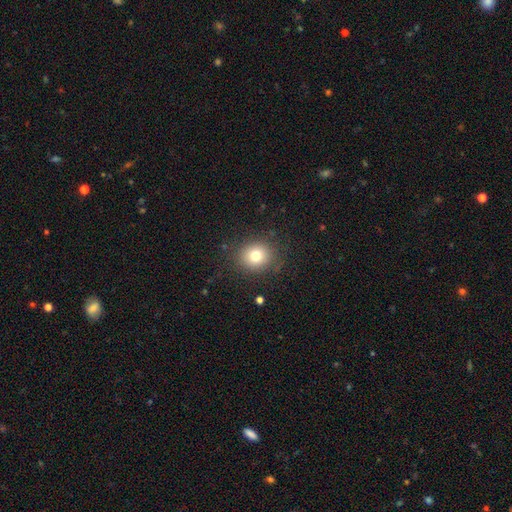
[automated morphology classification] A smooth galaxy with no disk features (77%) that is round (80%).

Vote fractions:
- Smooth or featured? smooth: 77% / star or artifact: 13% / featured or disk: 10%
- How rounded? round: 80% / in between: 19% / cigar-shaped: 1%
- Merging? none: 86% / minor disturbance: 9% / major disturbance: 4% / merger: 1%